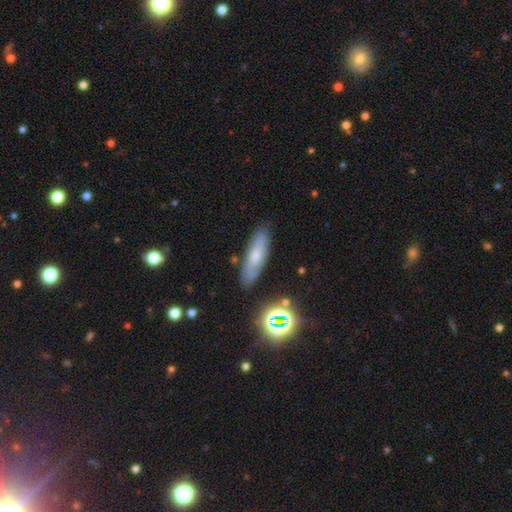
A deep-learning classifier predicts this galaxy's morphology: A smooth galaxy with no disk features (61%) that is cigar-shaped (54%).

Vote fractions:
- Smooth or featured? smooth: 61% / featured or disk: 26% / star or artifact: 13%
- How rounded? cigar-shaped: 54% / in between: 43% / round: 3%
- Merging? none: 81% / minor disturbance: 13% / major disturbance: 3% / merger: 3%